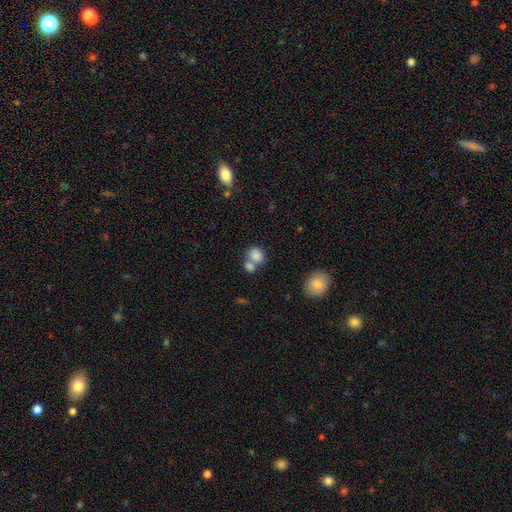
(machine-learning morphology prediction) Smooth or featured: smooth — 82% (star or artifact — 9%)
How rounded: round — 60% (in between — 38%)
Merging: merger — 46% (none — 40%)